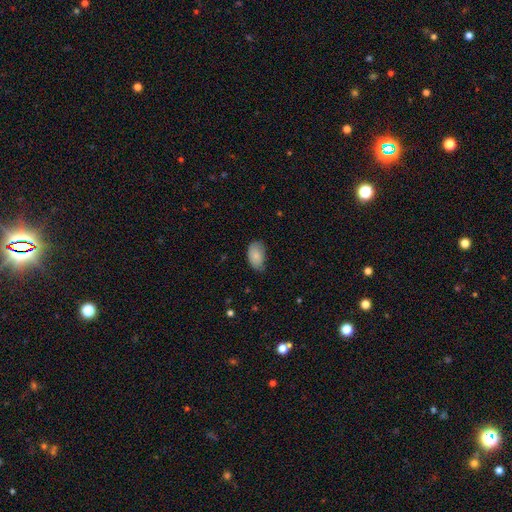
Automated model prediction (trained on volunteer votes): The model was most divided on "merging": none: 60%, minor disturbance: 33%, major disturbance: 6%, merger: 1%. More confident: how rounded — in between (93%); smooth or featured — smooth (85%).